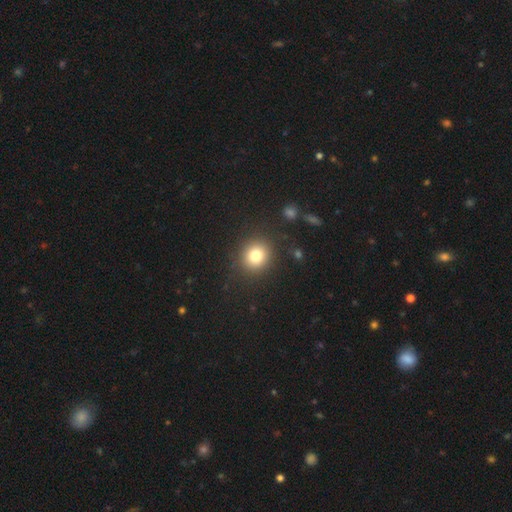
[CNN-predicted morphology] Smooth or featured? smooth (79%)
How rounded? round (87%)
Merging? none (88%)